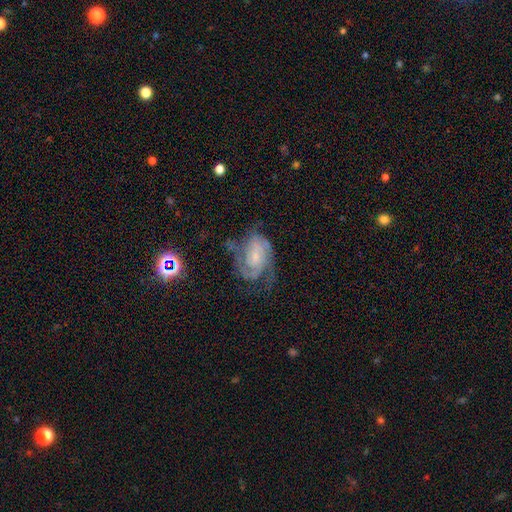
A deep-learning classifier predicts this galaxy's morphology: featured or disk 84%, smooth 8%, star or artifact 7%. Down the decision tree: edge-on disk — no (97%); bar — no (48%); spiral arms — yes (96%); spiral arm count — 2 (52%); spiral winding — tight (51%); bulge size — small (62%); merging — none (58%).